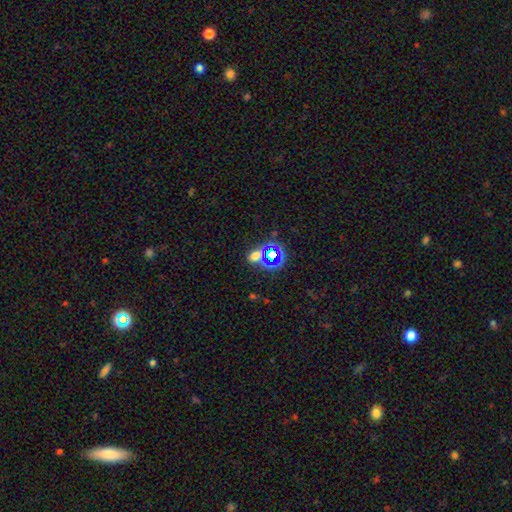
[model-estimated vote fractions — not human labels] Q: Smooth or featured?
A: smooth (49%); runner-up: star or artifact (39%)
Q: Merging?
A: none (54%); runner-up: merger (25%)